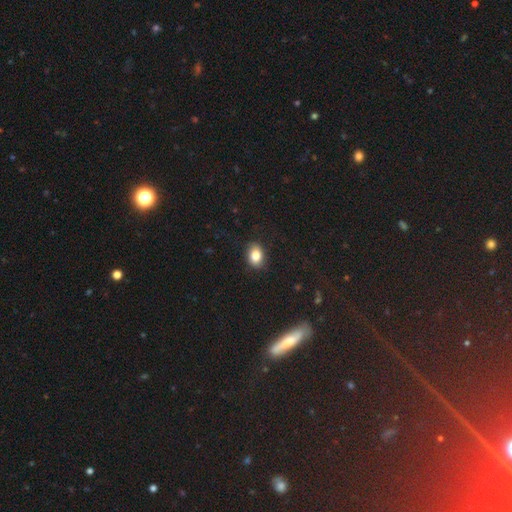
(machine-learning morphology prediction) smooth 84%, star or artifact 9%, featured or disk 7%. Down the decision tree: how rounded — in between (74%); merging — none (86%).